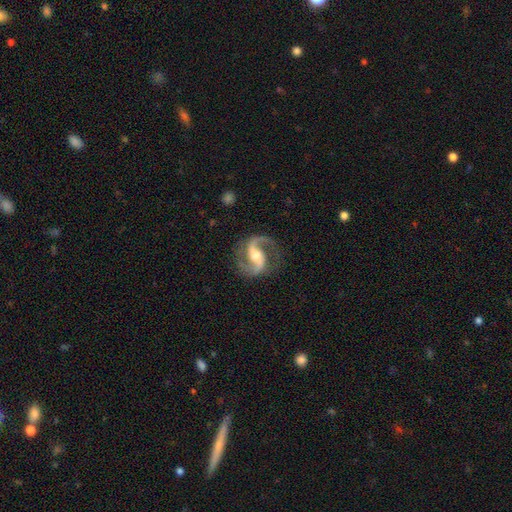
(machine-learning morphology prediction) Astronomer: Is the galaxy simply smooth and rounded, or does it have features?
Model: featured or disk — 92%.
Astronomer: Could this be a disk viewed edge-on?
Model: no — 98%.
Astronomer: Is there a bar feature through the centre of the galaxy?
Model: weak — 38% (runner-up: strong, 36%).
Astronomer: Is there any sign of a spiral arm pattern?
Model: yes — 98%.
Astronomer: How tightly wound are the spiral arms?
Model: medium — 55% (runner-up: loose, 34%).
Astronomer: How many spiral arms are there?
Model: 2 — 93%.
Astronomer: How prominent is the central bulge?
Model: moderate — 64%.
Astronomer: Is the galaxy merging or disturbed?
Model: none — 81%.